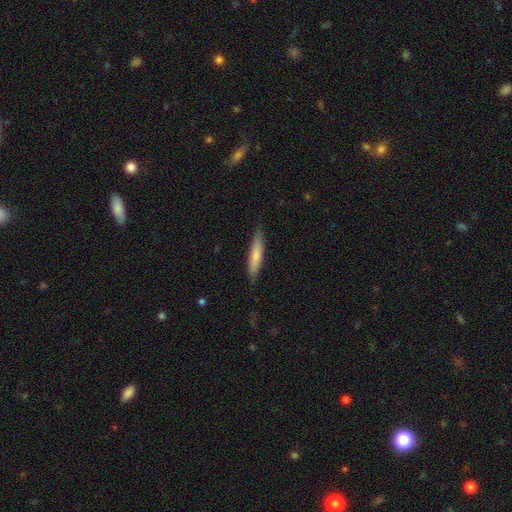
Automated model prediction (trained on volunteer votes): This appears to be a smooth galaxy with no disk features (74%) that is cigar-shaped (85%). Merging: none (85%).